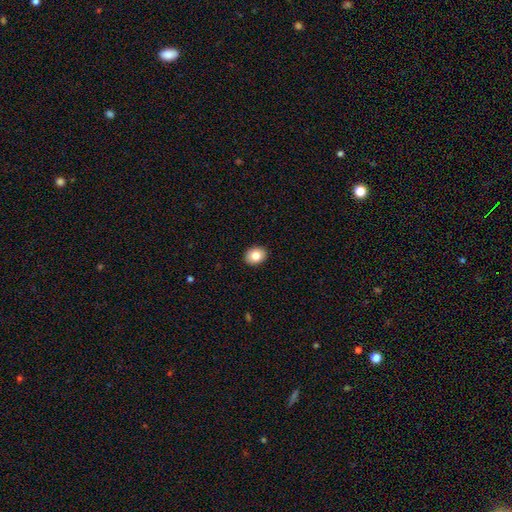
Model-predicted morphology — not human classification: smooth 83%, featured or disk 9%, star or artifact 8%. Down the decision tree: how rounded — in between (58%); merging — none (91%).